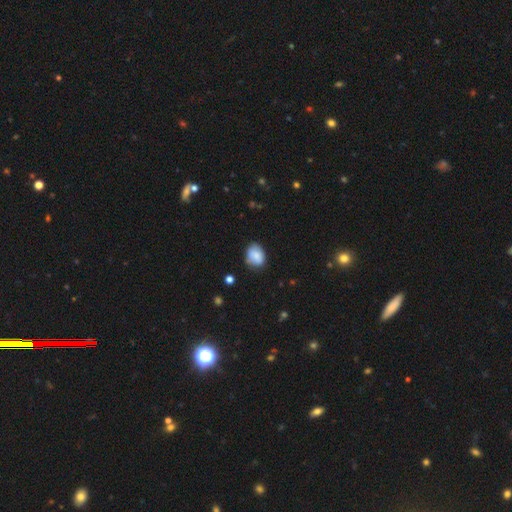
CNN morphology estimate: Smooth or featured: smooth — 78% (featured or disk — 14%)
How rounded: in between — 56% (round — 43%)
Merging: none — 62% (minor disturbance — 28%)